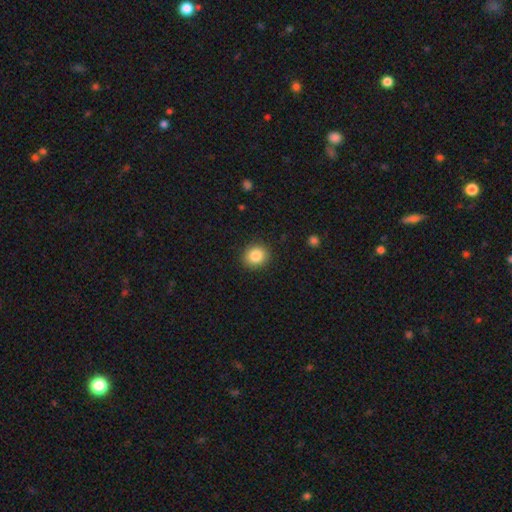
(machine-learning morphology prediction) type=smooth (85%); roundness=round (77%); merging=none (90%).